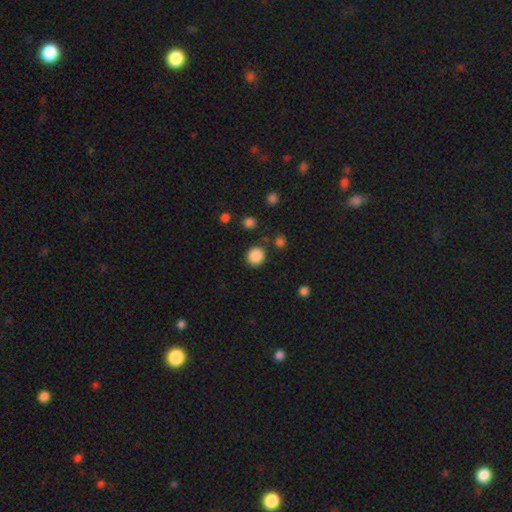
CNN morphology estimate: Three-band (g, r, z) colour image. It shows a smooth galaxy with no disk features (87%) that is round (86%). Merging: none (85%).